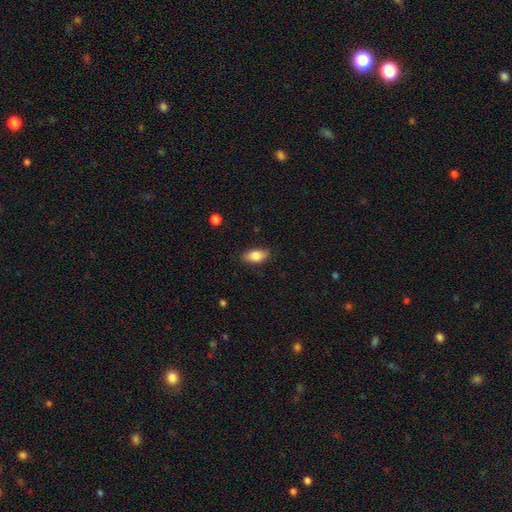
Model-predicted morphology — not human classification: The model was most divided on "smooth or featured": smooth: 82%, featured or disk: 11%, star or artifact: 7%. More confident: how rounded — in between (89%); merging — none (85%).